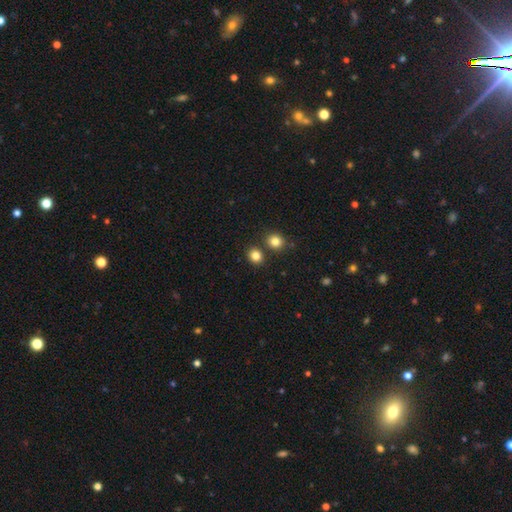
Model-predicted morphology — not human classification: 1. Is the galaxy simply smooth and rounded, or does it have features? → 83% smooth, 12% star or artifact, 5% featured or disk.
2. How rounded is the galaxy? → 73% round, 26% in between, 1% cigar-shaped.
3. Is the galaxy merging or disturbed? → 77% none, 13% merger, 7% minor disturbance, 2% major disturbance.